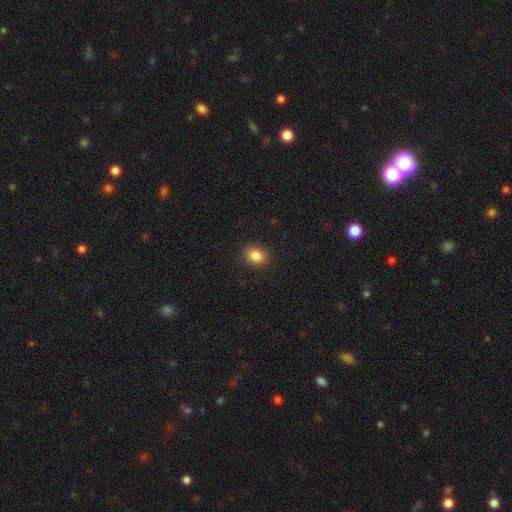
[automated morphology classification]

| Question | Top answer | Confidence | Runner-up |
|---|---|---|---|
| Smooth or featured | smooth | 85% | star or artifact (10%) |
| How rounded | round | 59% | in between (40%) |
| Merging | none | 88% | minor disturbance (9%) |